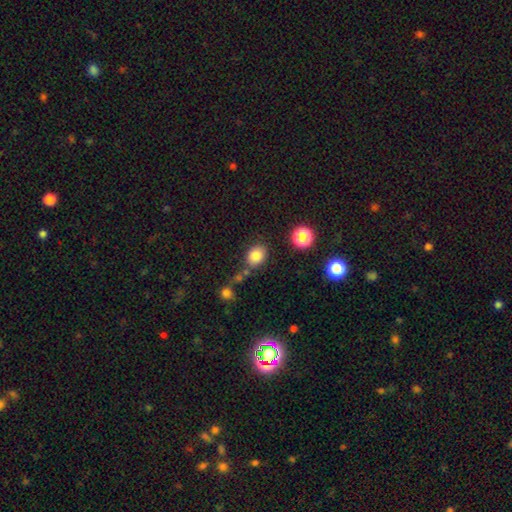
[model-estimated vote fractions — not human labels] A smooth galaxy with no disk features (82%) that is in between round and cigar-shaped (58%). Merging: none (74%).